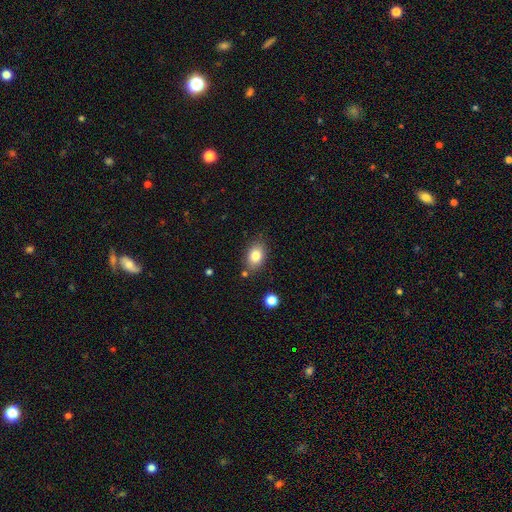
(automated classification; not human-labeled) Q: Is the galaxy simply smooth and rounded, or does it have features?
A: smooth — 83%.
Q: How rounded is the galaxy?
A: in between — 82%.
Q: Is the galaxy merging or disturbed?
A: none — 78%.